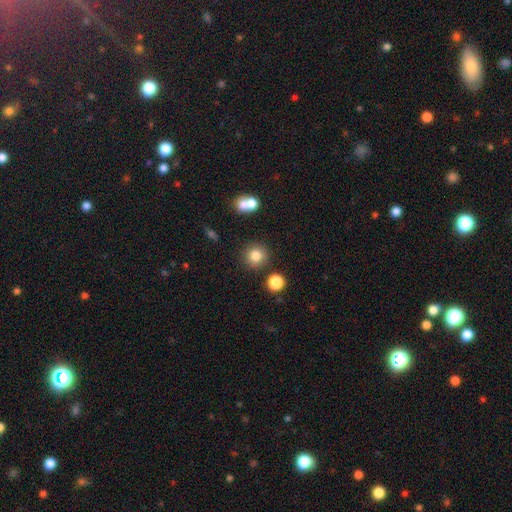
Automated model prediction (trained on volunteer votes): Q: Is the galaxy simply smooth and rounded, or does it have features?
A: smooth — 82%.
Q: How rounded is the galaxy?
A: round — 92%.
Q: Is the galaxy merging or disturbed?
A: none — 84%.